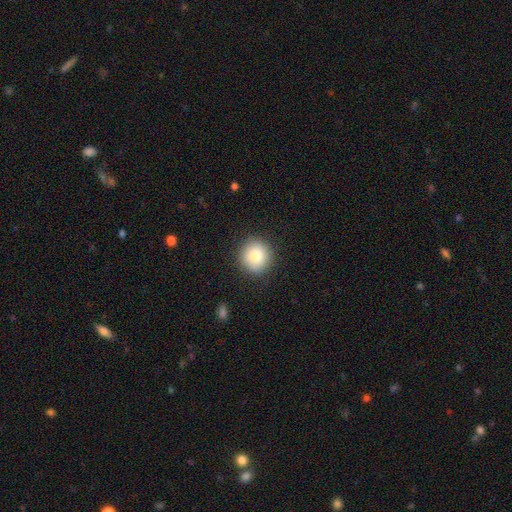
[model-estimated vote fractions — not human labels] Smooth or featured? smooth (81%)
How rounded? round (92%)
Merging? none (89%)